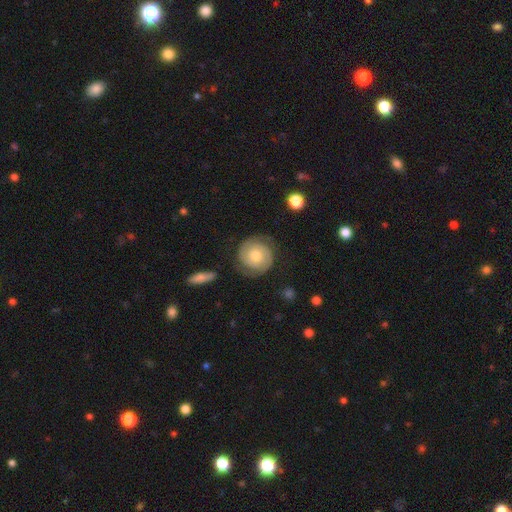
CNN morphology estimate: smooth_or_featured: featured or disk (p=0.75) [alt: smooth p=0.18]
disk_edge_on: no (p=0.98) [alt: yes p=0.02]
bar: no (p=0.73) [alt: weak p=0.22]
has_spiral_arms: yes (p=0.94) [alt: no p=0.06]
spiral_winding: tight (p=0.63) [alt: medium p=0.29]
spiral_arm_count: 2 (p=0.90) [alt: can't tell p=0.05]
bulge_size: moderate (p=0.71) [alt: small p=0.20]
merging: none (p=0.79) [alt: minor disturbance p=0.13]